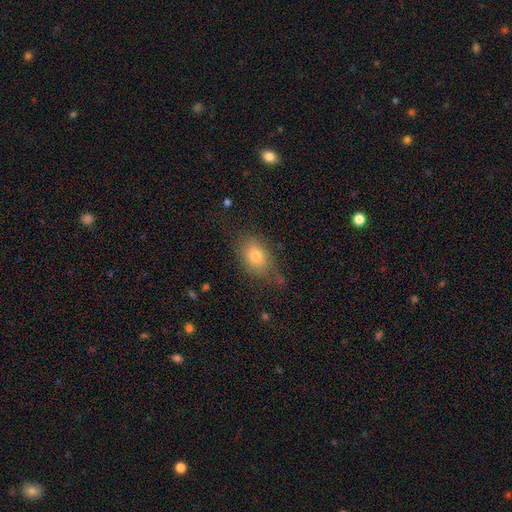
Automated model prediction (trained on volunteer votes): smooth-or-featured: smooth: 75% | featured or disk: 15% | star or artifact: 10%
  how-rounded: in between: 78% | round: 20% | cigar-shaped: 3%
  merging: none: 60% | minor disturbance: 27% | major disturbance: 10% | merger: 3%